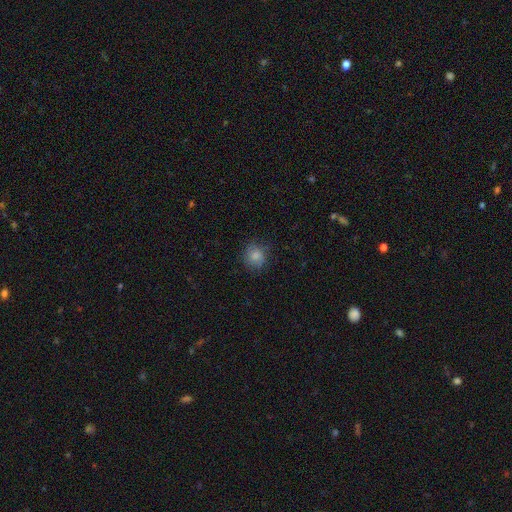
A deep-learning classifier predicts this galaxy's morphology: smooth 80%, star or artifact 10%, featured or disk 10%. Down the decision tree: how rounded — round (83%); merging — none (76%).